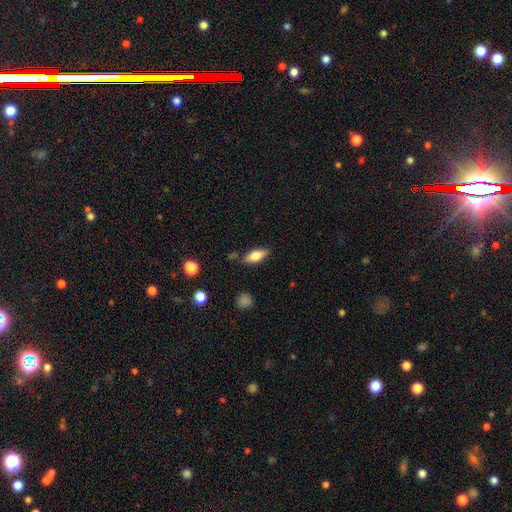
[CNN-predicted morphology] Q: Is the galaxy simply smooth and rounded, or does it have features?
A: smooth — 69%.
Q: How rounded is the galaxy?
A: in between — 75%.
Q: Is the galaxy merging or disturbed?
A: none — 79%.